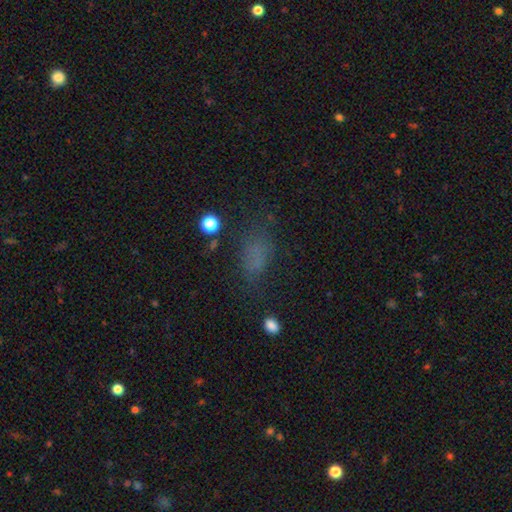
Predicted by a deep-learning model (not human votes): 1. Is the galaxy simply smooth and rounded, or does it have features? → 66% smooth, 22% star or artifact, 12% featured or disk.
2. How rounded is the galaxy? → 80% in between, 13% round, 7% cigar-shaped.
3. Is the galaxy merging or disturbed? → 58% none, 21% minor disturbance, 18% major disturbance, 3% merger.